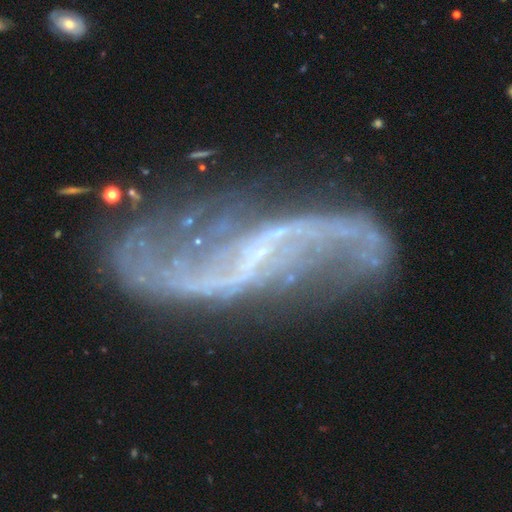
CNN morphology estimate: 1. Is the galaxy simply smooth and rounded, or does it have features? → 90% featured or disk, 7% star or artifact, 4% smooth.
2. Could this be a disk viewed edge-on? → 95% no, 5% yes.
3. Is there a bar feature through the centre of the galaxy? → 43% weak, 30% strong, 27% no.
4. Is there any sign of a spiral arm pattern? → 95% yes, 5% no.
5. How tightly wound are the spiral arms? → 86% loose, 10% medium, 4% tight.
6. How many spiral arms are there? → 91% 2, 3% can't tell, 2% 1, 2% 3, 1% 4, 1% more than 4.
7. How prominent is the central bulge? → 60% small, 32% none, 6% moderate, 1% large, 1% dominant.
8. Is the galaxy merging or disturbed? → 65% none, 17% minor disturbance, 12% major disturbance, 6% merger.